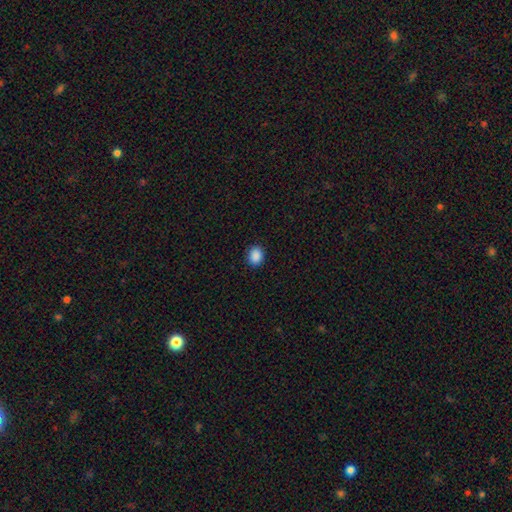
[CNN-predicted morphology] The model was most divided on "how rounded": round: 58%, in between: 41%, cigar-shaped: 1%. More confident: merging — none (90%); smooth or featured — smooth (89%).